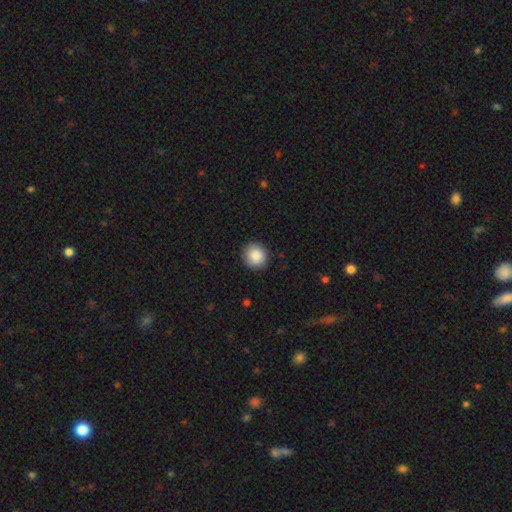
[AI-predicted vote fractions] smooth 89%, star or artifact 8%, featured or disk 4%. Down the decision tree: how rounded — round (88%); merging — none (90%).